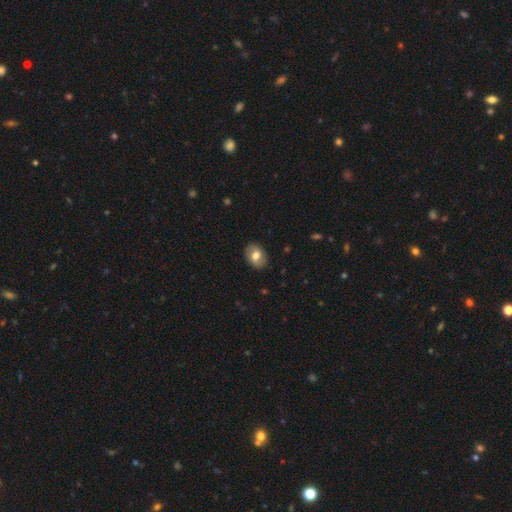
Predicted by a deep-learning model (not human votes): Overall: smooth (69%). How rounded: in between (69%; round 30%). Merging: none (87%).